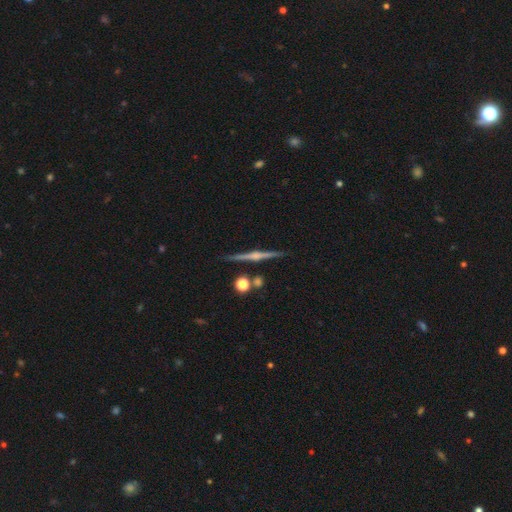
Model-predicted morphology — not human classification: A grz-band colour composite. It shows a featured or disk galaxy (79%) viewed edge-on (98%) with a rounded central bulge (81%). Merging: none (88%).